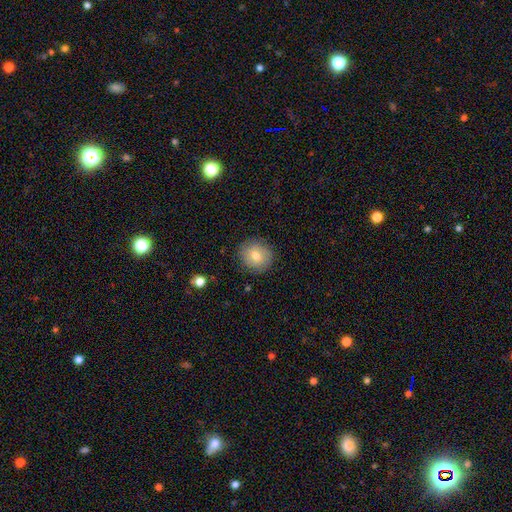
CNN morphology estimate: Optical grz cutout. It shows a smooth galaxy with no disk features (75%) that is round (83%). Merging: none (87%).